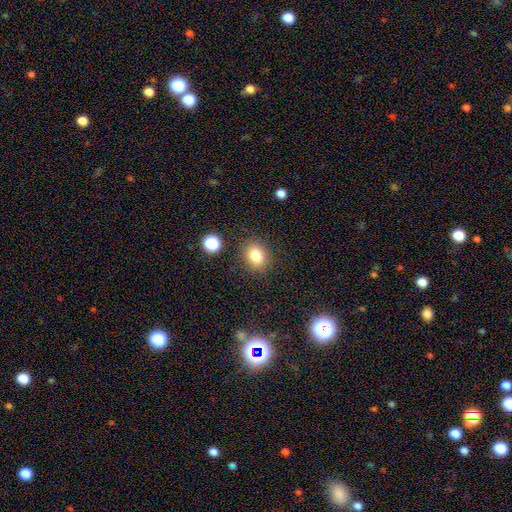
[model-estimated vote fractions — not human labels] A smooth galaxy with no disk features (81%) that is round (53%).

Vote fractions:
- Smooth or featured? smooth: 81% / star or artifact: 12% / featured or disk: 7%
- How rounded? round: 53% / in between: 45% / cigar-shaped: 1%
- Merging? none: 84% / minor disturbance: 10% / major disturbance: 3% / merger: 2%